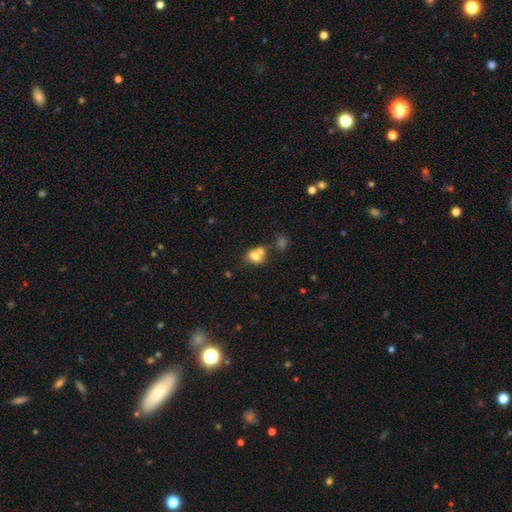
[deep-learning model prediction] Morphology: type=smooth (73%); roundness=round (60%); merging=merger (43%).